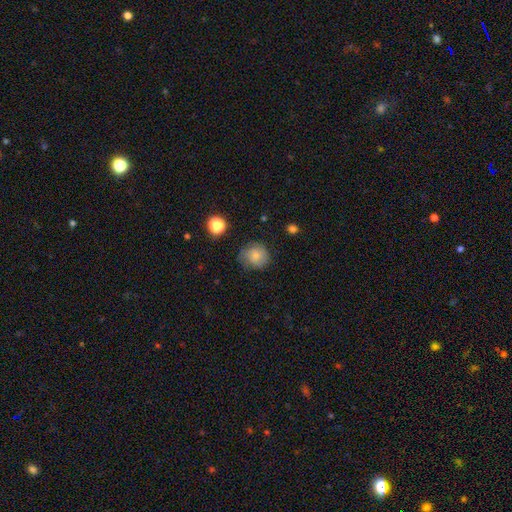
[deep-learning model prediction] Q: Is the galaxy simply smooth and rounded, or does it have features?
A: smooth — 75%.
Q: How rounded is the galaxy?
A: round — 84%.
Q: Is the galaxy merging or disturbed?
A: none — 66%.